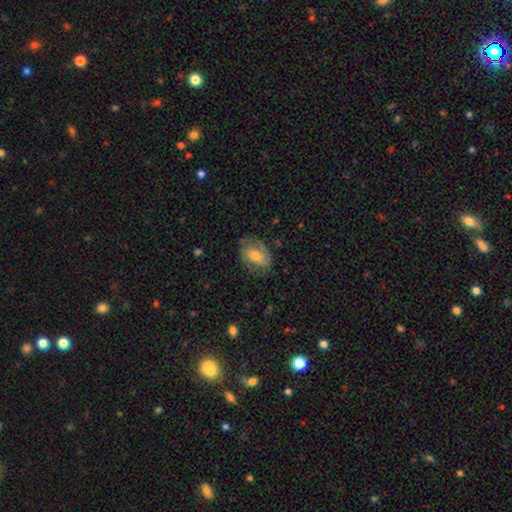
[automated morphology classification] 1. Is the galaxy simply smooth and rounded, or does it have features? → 68% featured or disk, 25% smooth, 7% star or artifact.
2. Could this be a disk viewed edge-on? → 96% no, 4% yes.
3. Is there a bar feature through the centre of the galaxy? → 46% no, 38% weak, 16% strong.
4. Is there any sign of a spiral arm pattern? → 87% yes, 13% no.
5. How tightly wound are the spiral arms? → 43% medium, 41% tight, 16% loose.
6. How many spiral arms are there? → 82% 2, 11% can't tell, 3% 1, 2% 3, 1% 4, 1% more than 4.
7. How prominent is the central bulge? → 47% moderate, 44% small, 5% large, 3% none, 1% dominant.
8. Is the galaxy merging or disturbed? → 73% none, 17% minor disturbance, 8% major disturbance, 1% merger.